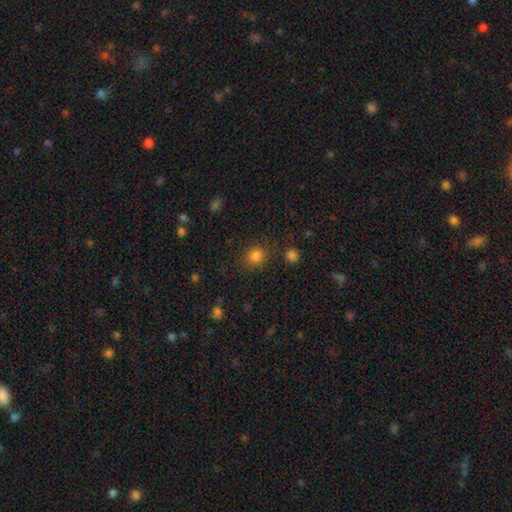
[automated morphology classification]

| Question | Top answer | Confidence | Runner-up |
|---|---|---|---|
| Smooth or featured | smooth | 81% | star or artifact (13%) |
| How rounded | round | 78% | in between (21%) |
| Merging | none | 82% | minor disturbance (11%) |